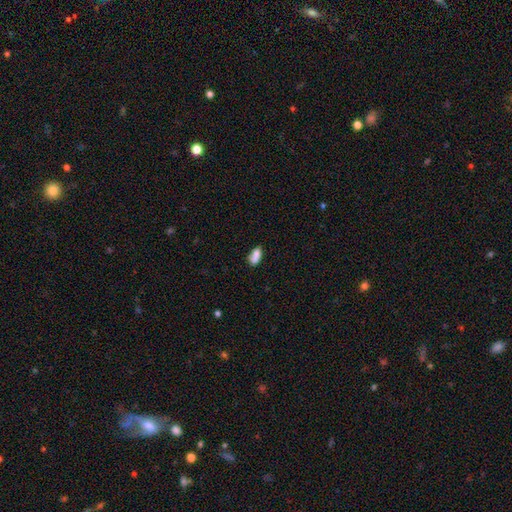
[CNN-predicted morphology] This is likely a smooth galaxy (79%). How rounded: clearly in between (85%). Merging: possibly none (46%).